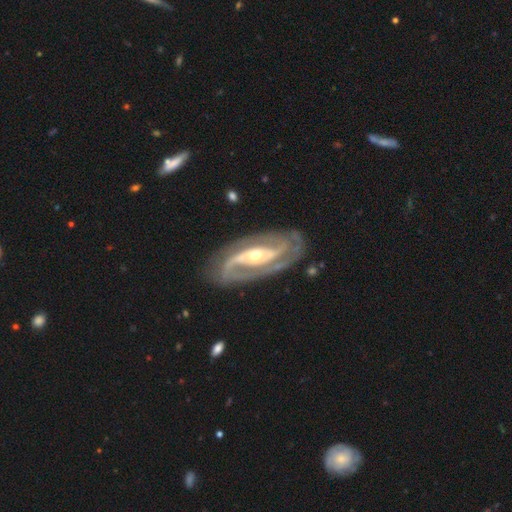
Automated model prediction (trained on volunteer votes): Smooth or featured? featured or disk (92%)
Edge-on disk? no (95%)
Bar? strong (41%)
Spiral arms? yes (97%)
Spiral winding? medium (45%)
Spiral arm count? 2 (80%)
Bulge size? moderate (57%)
Merging? none (79%)